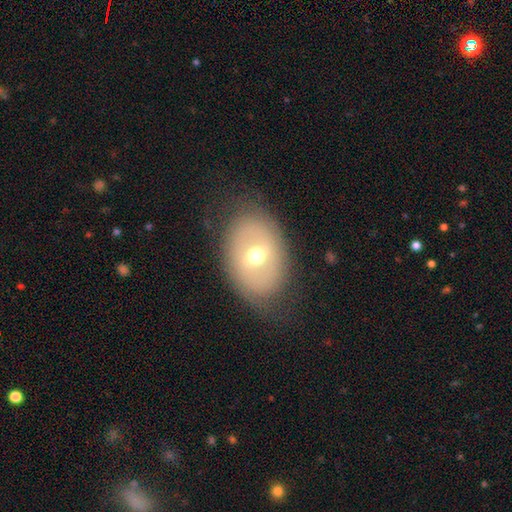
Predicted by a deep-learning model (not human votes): The model was most divided on "smooth or featured": featured or disk: 46%, smooth: 44%, star or artifact: 9%. More confident: merging — none (73%).